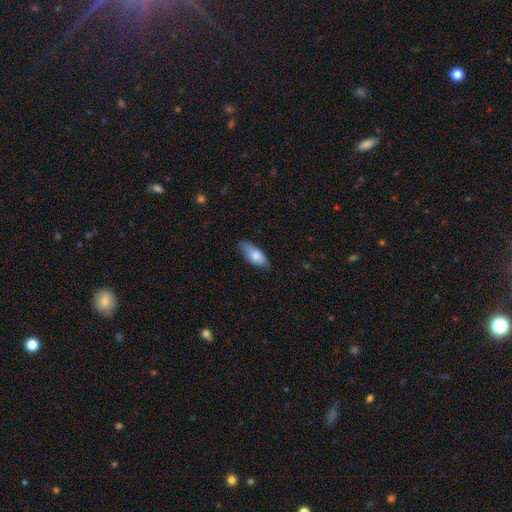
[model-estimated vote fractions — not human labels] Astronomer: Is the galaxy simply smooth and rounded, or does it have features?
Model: smooth — 75%.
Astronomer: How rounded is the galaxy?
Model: in between — 78%.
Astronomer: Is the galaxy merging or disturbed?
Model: none — 67%.